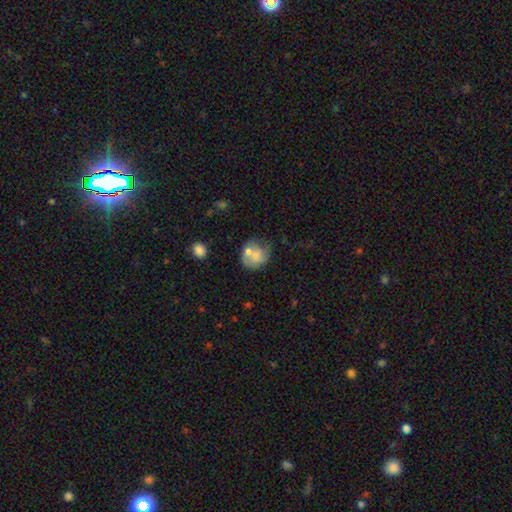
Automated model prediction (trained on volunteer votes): A smooth galaxy with no disk features (66%) that is round (72%).

Vote fractions:
- Smooth or featured? smooth: 66% / featured or disk: 26% / star or artifact: 8%
- How rounded? round: 72% / in between: 27% / cigar-shaped: 1%
- Merging? none: 40% / merger: 31% / minor disturbance: 19% / major disturbance: 9%